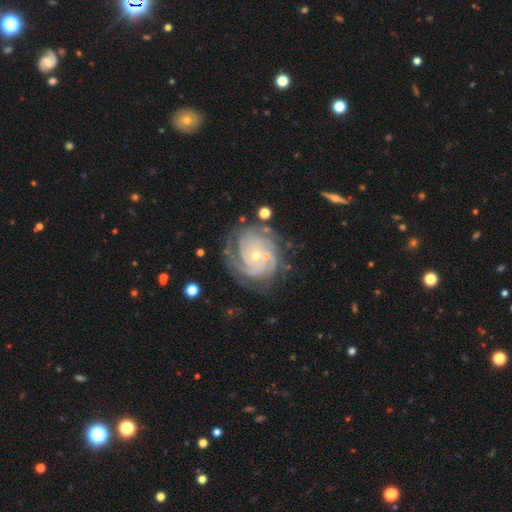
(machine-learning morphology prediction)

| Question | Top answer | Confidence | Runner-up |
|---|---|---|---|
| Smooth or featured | featured or disk | 89% | star or artifact (6%) |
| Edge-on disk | no | 98% | yes (2%) |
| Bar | no | 75% | weak (19%) |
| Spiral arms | yes | 97% | no (3%) |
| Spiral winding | tight | 80% | medium (17%) |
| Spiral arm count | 3 | 25% | can't tell (23%) |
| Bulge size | small | 76% | moderate (20%) |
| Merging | none | 70% | minor disturbance (17%) |